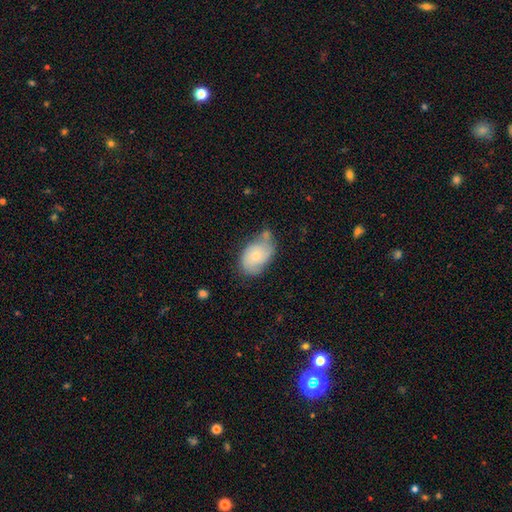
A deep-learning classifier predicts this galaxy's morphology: smooth 59%, featured or disk 34%, star or artifact 7%. Down the decision tree: how rounded — in between (87%); merging — none (46%).